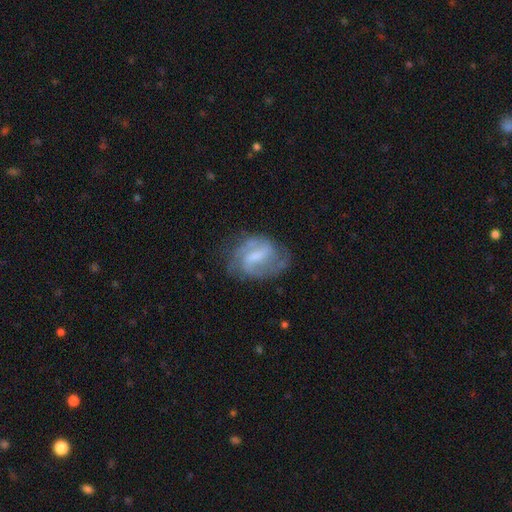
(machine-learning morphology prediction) smooth-or-featured: featured or disk: 76% | smooth: 18% | star or artifact: 7%
  disk-edge-on: no: 97% | yes: 3%
    bar: weak: 51% | strong: 34% | no: 15%
    has-spiral-arms: yes: 88% | no: 12%
      spiral-winding: medium: 47% | tight: 32% | loose: 21%
      spiral-arm-count: 2: 65% | can't tell: 17% | 3: 9% | 1: 5% | 4: 2% | more than 4: 2%
    bulge-size: small: 34% | moderate: 32% | none: 26% | large: 7% | dominant: 1%
  merging: none: 63% | minor disturbance: 22% | major disturbance: 13% | merger: 2%